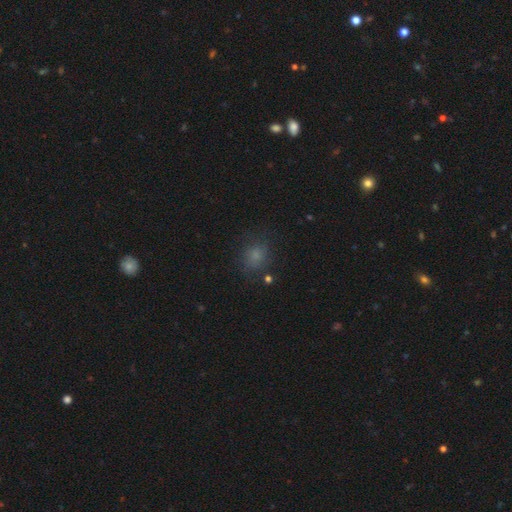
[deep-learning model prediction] smooth 72%, star or artifact 18%, featured or disk 10%. Down the decision tree: how rounded — round (70%); merging — none (73%).